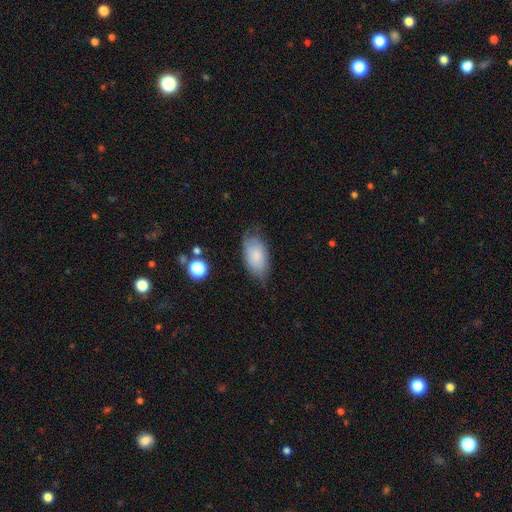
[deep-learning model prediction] smooth 79%, featured or disk 14%, star or artifact 7%. Down the decision tree: how rounded — in between (93%); merging — none (64%).